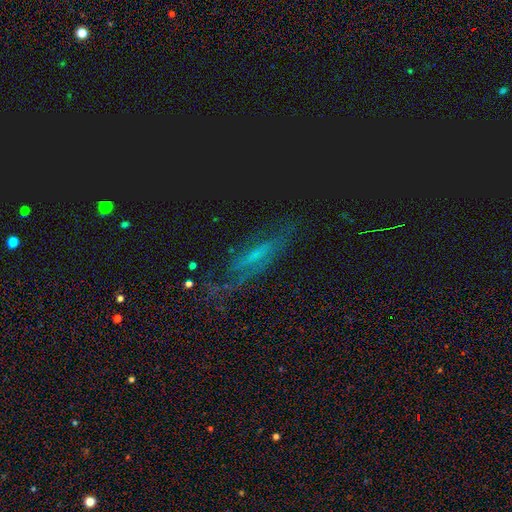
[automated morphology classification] Q: Smooth or featured?
A: featured or disk (47%); runner-up: star or artifact (27%)
Q: Merging?
A: none (62%); runner-up: minor disturbance (21%)